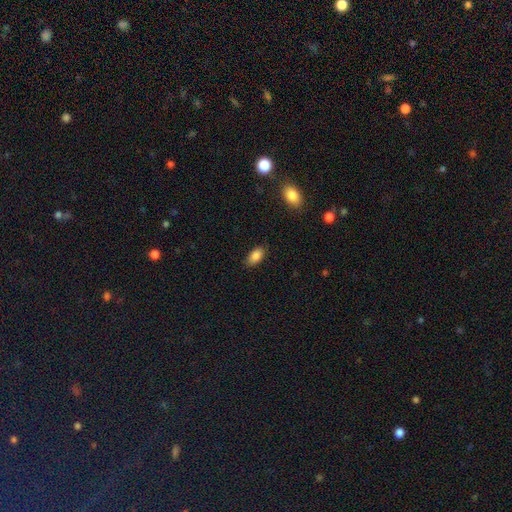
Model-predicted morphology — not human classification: Smooth or featured? smooth (87%)
How rounded? in between (92%)
Merging? none (84%)